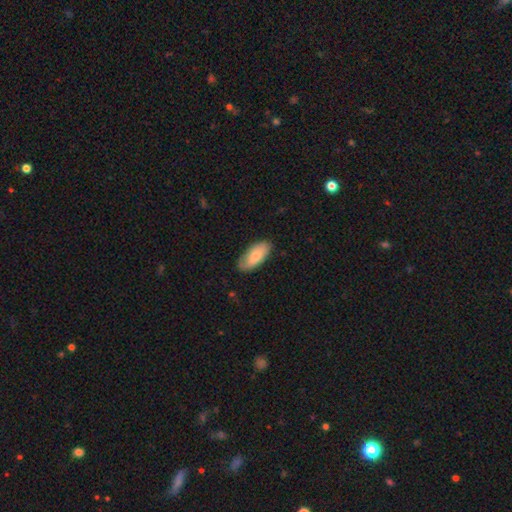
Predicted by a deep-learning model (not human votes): This is likely a smooth galaxy (77%). How rounded: clearly in between (89%). Merging: likely none (78%).